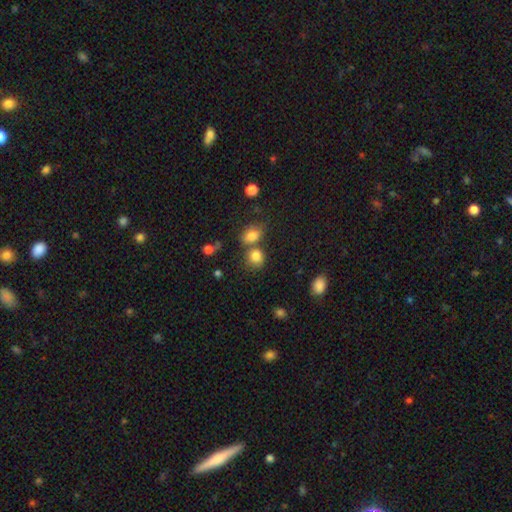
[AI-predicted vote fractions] The model was most divided on "merging": none: 55%, merger: 29%, minor disturbance: 11%, major disturbance: 4%. More confident: smooth or featured — smooth (82%); how rounded — round (65%).